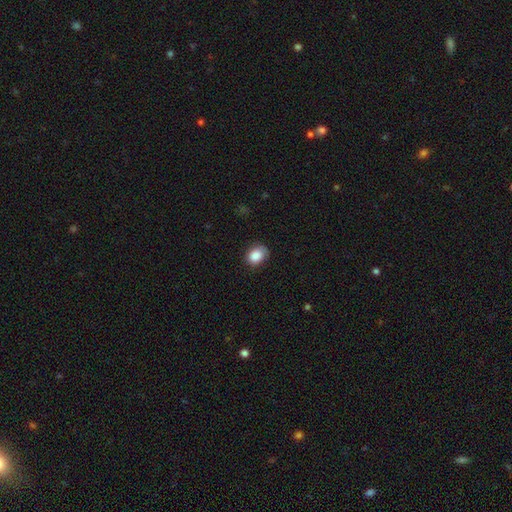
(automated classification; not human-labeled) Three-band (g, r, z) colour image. It shows a smooth galaxy with no disk features (87%) that is in between round and cigar-shaped (57%). Merging: none (70%).